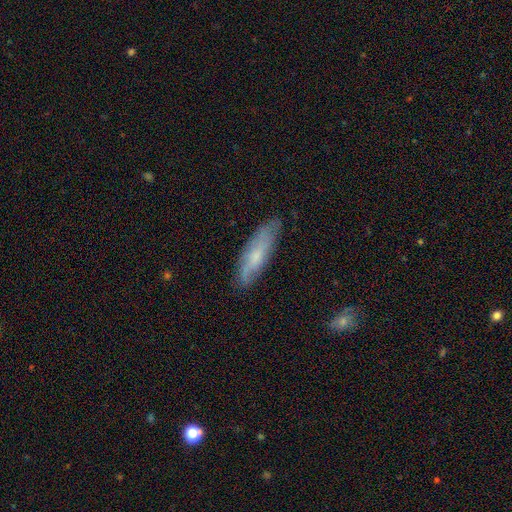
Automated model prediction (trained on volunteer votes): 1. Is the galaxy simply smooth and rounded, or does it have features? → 53% smooth, 40% featured or disk, 7% star or artifact.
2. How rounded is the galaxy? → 60% cigar-shaped, 38% in between, 2% round.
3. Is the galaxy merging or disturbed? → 74% none, 20% minor disturbance, 4% major disturbance, 2% merger.